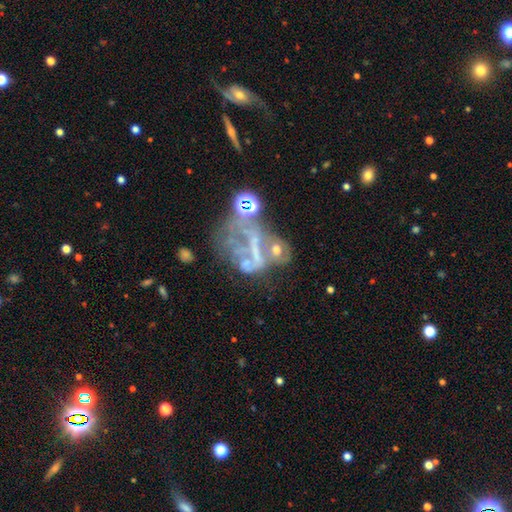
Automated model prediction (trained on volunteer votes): Smooth or featured? Predicted: featured or disk (p=0.51). Edge-on disk? Predicted: no (p=0.97). Merging? Predicted: merger (p=0.42).